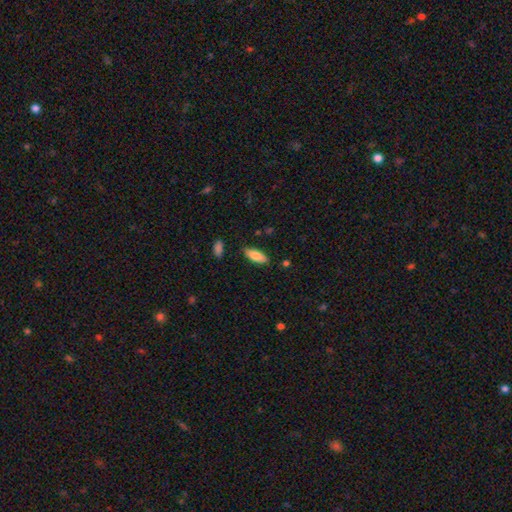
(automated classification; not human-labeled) A smooth galaxy with no disk features (80%) that is in between round and cigar-shaped (72%). Merging: none (85%).